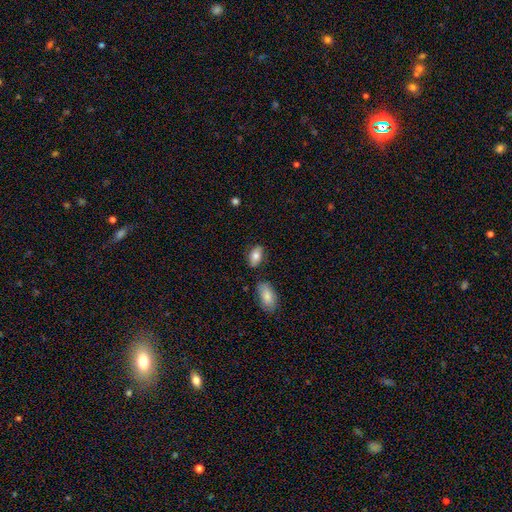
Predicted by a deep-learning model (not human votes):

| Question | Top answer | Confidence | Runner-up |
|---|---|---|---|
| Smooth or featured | smooth | 79% | featured or disk (14%) |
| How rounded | in between | 90% | cigar-shaped (5%) |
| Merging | none | 78% | minor disturbance (13%) |